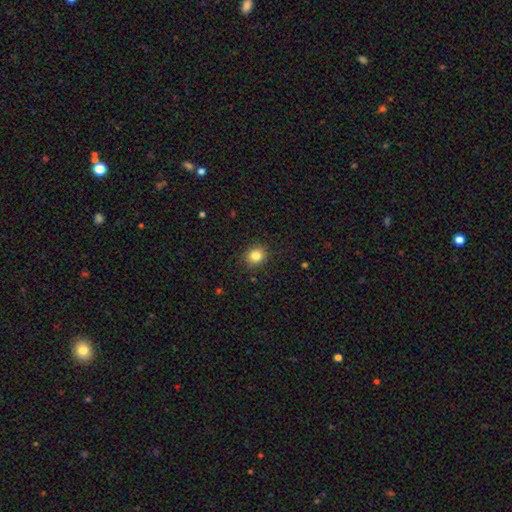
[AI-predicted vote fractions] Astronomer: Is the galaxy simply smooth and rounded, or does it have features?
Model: smooth — 84%.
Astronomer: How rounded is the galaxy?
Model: round — 72%.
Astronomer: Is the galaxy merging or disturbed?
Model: none — 89%.